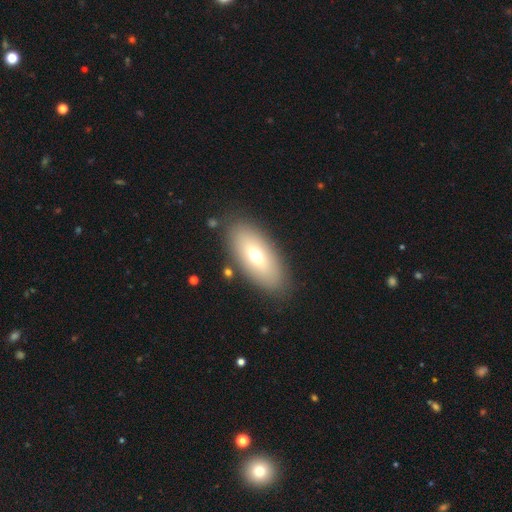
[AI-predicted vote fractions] Smooth or featured? Predicted: smooth (p=0.63). How rounded? Predicted: in between (p=0.84). Merging? Predicted: none (p=0.85).